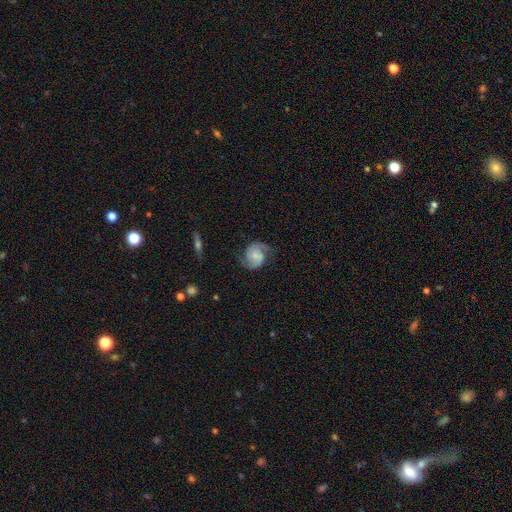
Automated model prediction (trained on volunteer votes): A featured or disk galaxy (78%) with no bar (61%), 2 (90%) medium (49%) spiral arms (96%) and a small central bulge (53%).

Vote fractions:
- Smooth or featured? featured or disk: 78% / smooth: 15% / star or artifact: 7%
- Edge-on disk? no: 98% / yes: 2%
- Bar? no: 61% / weak: 32% / strong: 7%
- Spiral arms? yes: 96% / no: 4%
- Spiral winding? medium: 49% / tight: 29% / loose: 23%
- Spiral arm count? 2: 90% / can't tell: 4% / 1: 2% / 3: 2% / 4: 1% / more than 4: 1%
- Bulge size? small: 53% / moderate: 31% / none: 10% / large: 4% / dominant: 2%
- Merging? none: 73% / minor disturbance: 17% / major disturbance: 8% / merger: 1%